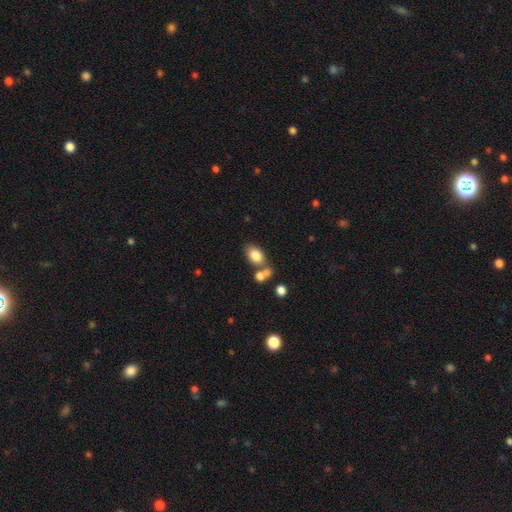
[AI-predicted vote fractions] This is clearly a smooth galaxy (81%). How rounded: clearly in between (82%). Merging: possibly none (52%).